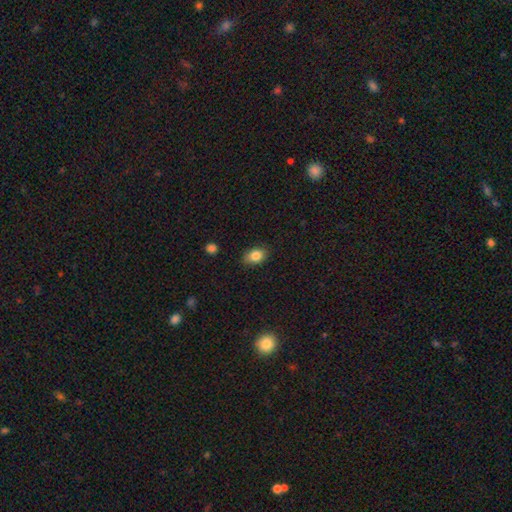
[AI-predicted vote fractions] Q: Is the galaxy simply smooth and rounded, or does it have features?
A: smooth — 83%.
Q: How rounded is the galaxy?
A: in between — 79%.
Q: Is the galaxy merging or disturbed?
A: none — 83%.